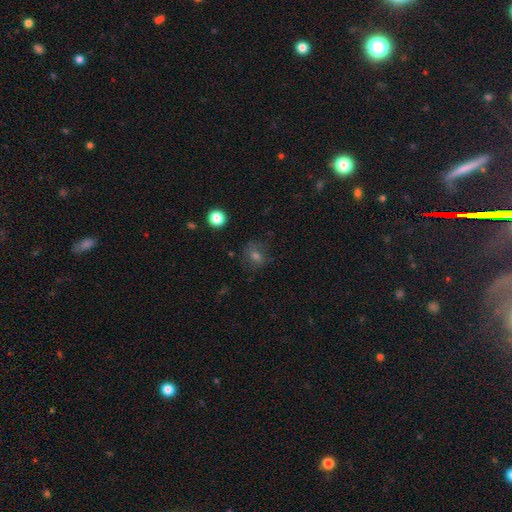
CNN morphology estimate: type=smooth (60%); roundness=round (68%); merging=none (68%).